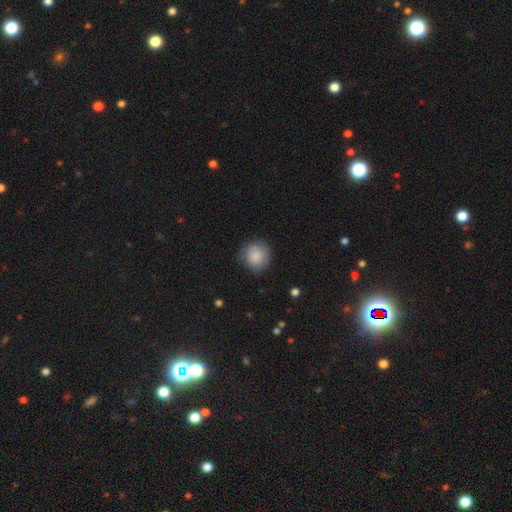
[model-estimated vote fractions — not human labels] smooth_or_featured: smooth (p=0.84) [alt: featured or disk p=0.09]
how_rounded: round (p=0.89) [alt: in between p=0.10]
merging: none (p=0.75) [alt: minor disturbance p=0.19]